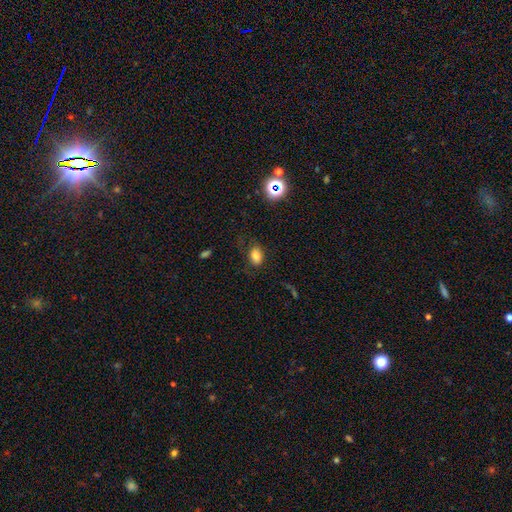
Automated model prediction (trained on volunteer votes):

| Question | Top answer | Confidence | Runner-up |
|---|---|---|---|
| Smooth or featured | smooth | 79% | star or artifact (13%) |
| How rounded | in between | 83% | round (16%) |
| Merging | none | 70% | minor disturbance (18%) |